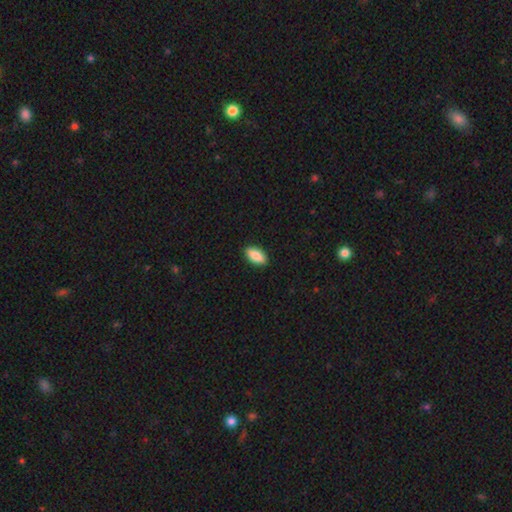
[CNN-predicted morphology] A smooth galaxy with no disk features (83%) that is in between round and cigar-shaped (85%).

Vote fractions:
- Smooth or featured? smooth: 83% / featured or disk: 11% / star or artifact: 6%
- How rounded? in between: 85% / cigar-shaped: 13% / round: 3%
- Merging? none: 90% / minor disturbance: 8% / major disturbance: 2% / merger: 1%